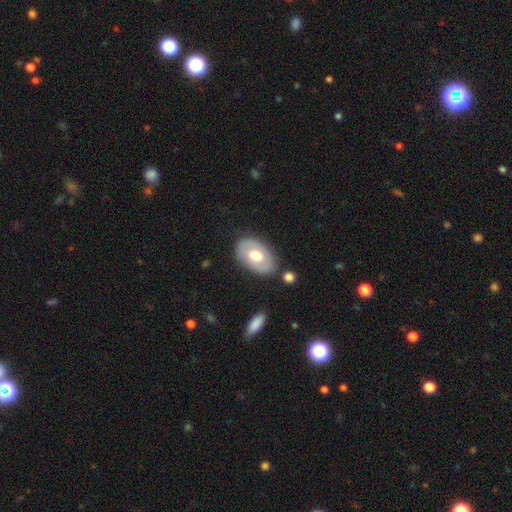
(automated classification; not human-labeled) A smooth galaxy with no disk features (48%). Merging: none (77%).